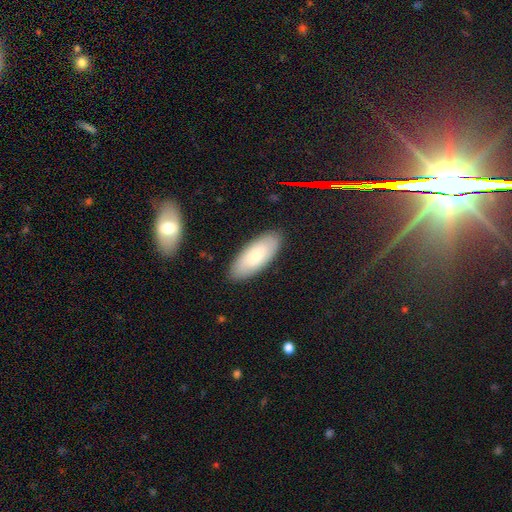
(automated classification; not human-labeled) Smooth or featured?
  - smooth: 74% *
  - featured or disk: 20%
  - star or artifact: 6%
How rounded?
  - in between: 85% *
  - cigar-shaped: 14%
  - round: 2%
Merging?
  - none: 88% *
  - minor disturbance: 9%
  - major disturbance: 2%
  - merger: 1%